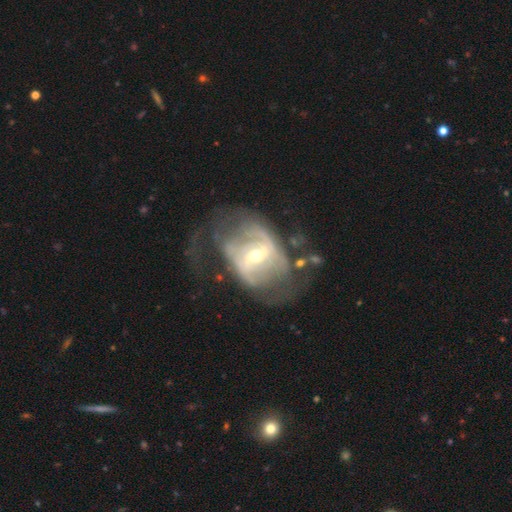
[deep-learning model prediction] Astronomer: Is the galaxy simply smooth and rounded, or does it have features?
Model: featured or disk — 84%.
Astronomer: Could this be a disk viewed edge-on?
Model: no — 96%.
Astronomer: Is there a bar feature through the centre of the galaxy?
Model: weak — 41% (runner-up: strong, 38%).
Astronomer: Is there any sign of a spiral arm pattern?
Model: yes — 83%.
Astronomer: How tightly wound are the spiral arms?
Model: medium — 42% (runner-up: loose, 31%).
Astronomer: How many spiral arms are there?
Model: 2 — 61%.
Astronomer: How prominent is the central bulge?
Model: small — 54% (runner-up: moderate, 42%).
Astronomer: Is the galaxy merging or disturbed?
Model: none — 39% (runner-up: major disturbance, 37%).